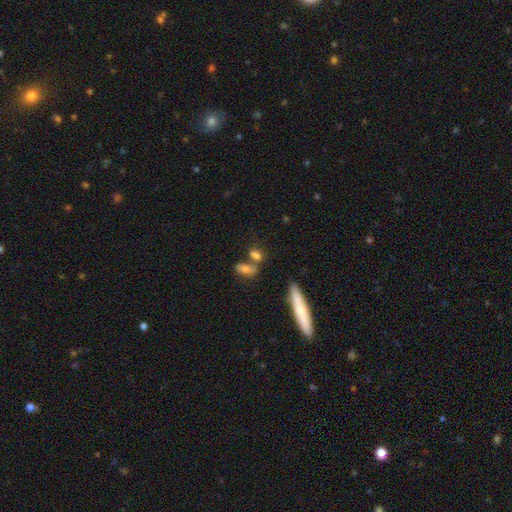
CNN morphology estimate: This appears to be a smooth galaxy with no disk features (73%) that is in between round and cigar-shaped (64%). Merging: none (45%).